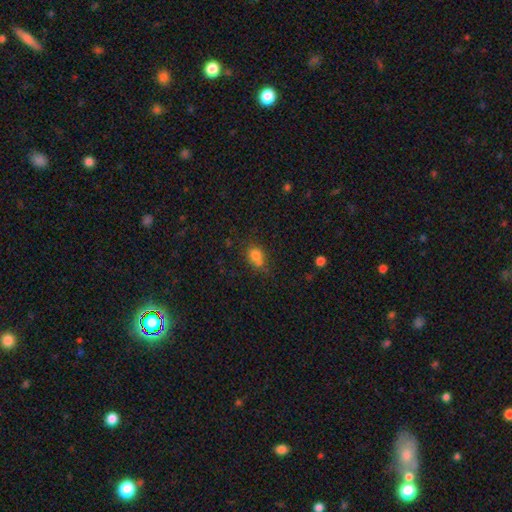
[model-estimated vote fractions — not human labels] The model was most divided on "how rounded": round: 56%, in between: 43%, cigar-shaped: 1%. More confident: smooth or featured — smooth (78%); merging — none (51%).